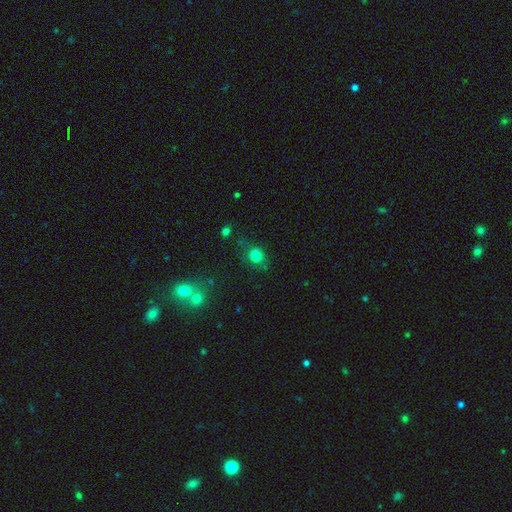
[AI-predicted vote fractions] A smooth galaxy with no disk features (78%) that is round (68%). Merging: none (75%).